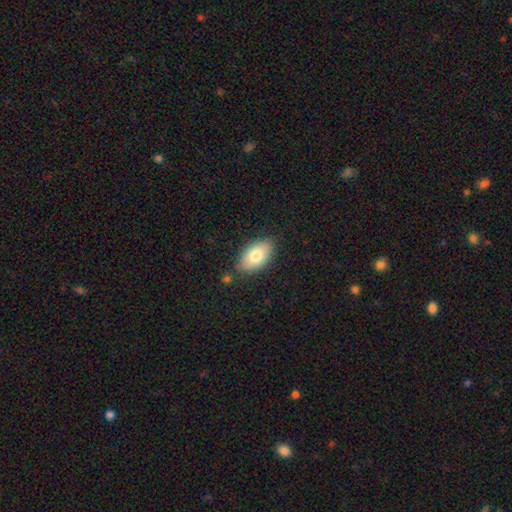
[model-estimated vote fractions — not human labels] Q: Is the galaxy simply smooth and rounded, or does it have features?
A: smooth — 78%.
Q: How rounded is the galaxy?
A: in between — 93%.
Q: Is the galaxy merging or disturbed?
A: none — 83%.